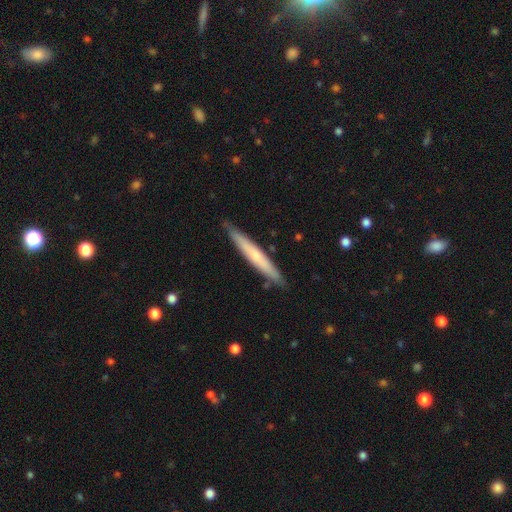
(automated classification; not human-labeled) The model was most divided on "smooth or featured": smooth: 53%, featured or disk: 42%, star or artifact: 5%. More confident: how rounded — cigar-shaped (95%); merging — none (86%).